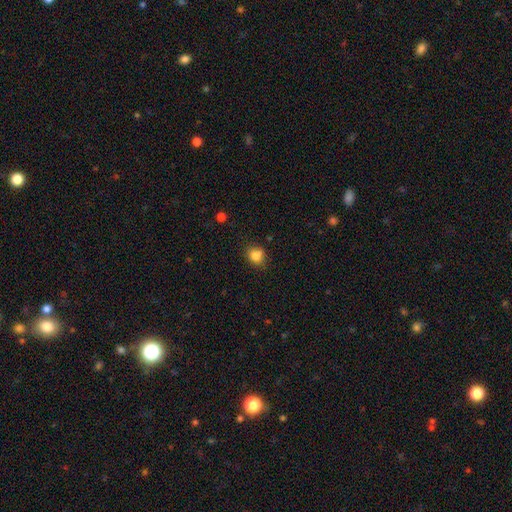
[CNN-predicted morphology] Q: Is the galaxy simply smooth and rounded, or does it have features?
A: smooth — 81%.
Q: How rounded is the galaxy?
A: round — 67%.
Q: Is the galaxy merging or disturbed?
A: none — 68%.